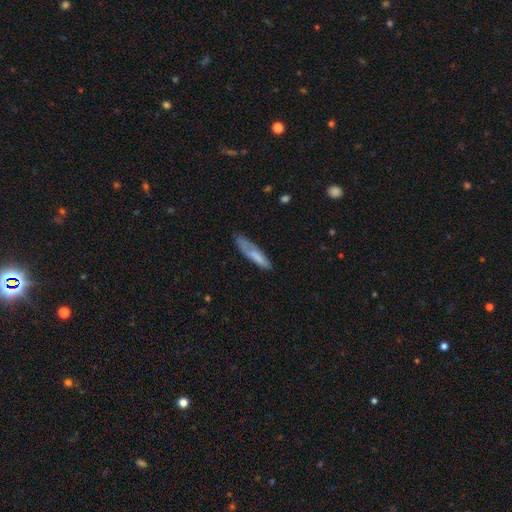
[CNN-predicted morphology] Overall: smooth (71%). How rounded: cigar-shaped (75%). Merging: none (56%; minor disturbance 29%).